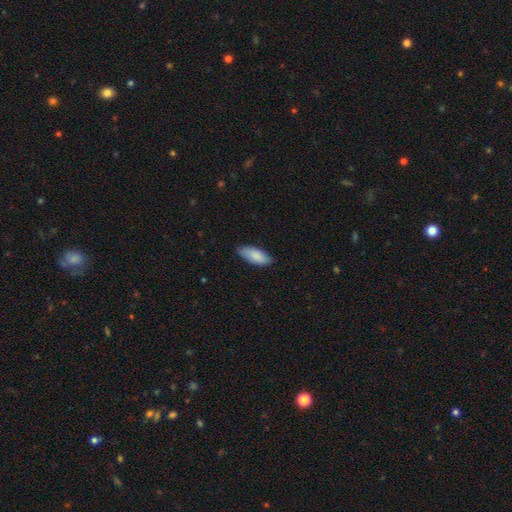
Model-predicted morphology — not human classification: Smooth or featured? Predicted: smooth (p=0.87). How rounded? Predicted: in between (p=0.83). Merging? Predicted: none (p=0.83).